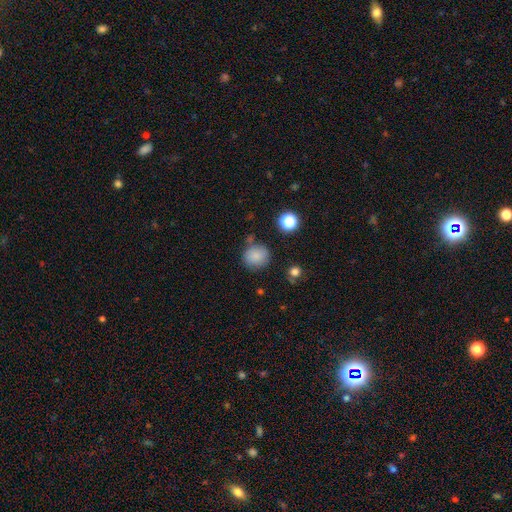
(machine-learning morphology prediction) Q: Smooth or featured?
A: smooth (83%); runner-up: star or artifact (11%)
Q: How rounded?
A: round (86%); runner-up: in between (13%)
Q: Merging?
A: none (76%); runner-up: minor disturbance (14%)